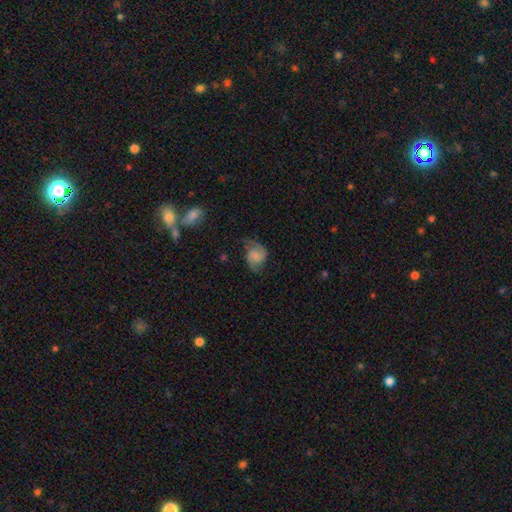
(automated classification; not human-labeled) This appears to be a featured or disk galaxy (67%) with no bar (56%), 2 (84%) medium (46%) spiral arms (94%) and no central bulge (48%). Merging: none (58%).